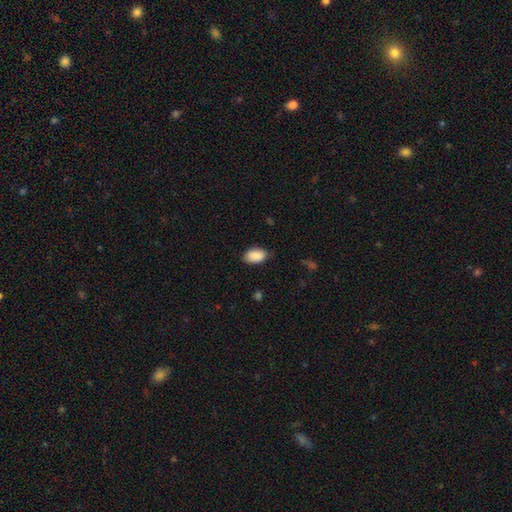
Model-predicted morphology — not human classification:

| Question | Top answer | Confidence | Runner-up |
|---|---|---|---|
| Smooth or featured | smooth | 90% | star or artifact (7%) |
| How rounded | in between | 94% | round (5%) |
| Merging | none | 80% | minor disturbance (16%) |